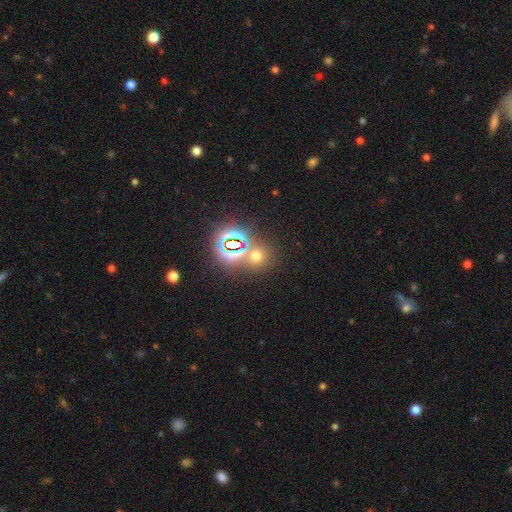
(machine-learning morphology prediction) smooth_or_featured: smooth (p=0.49) [alt: star or artifact p=0.43]
merging: none (p=0.69) [alt: merger p=0.19]